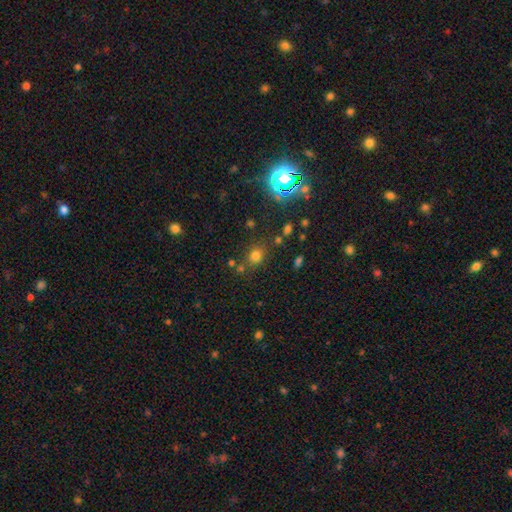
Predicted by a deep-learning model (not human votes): smooth-or-featured: smooth: 70% | star or artifact: 22% | featured or disk: 8%
  how-rounded: round: 70% | in between: 28% | cigar-shaped: 1%
  merging: none: 73% | minor disturbance: 12% | merger: 10% | major disturbance: 5%